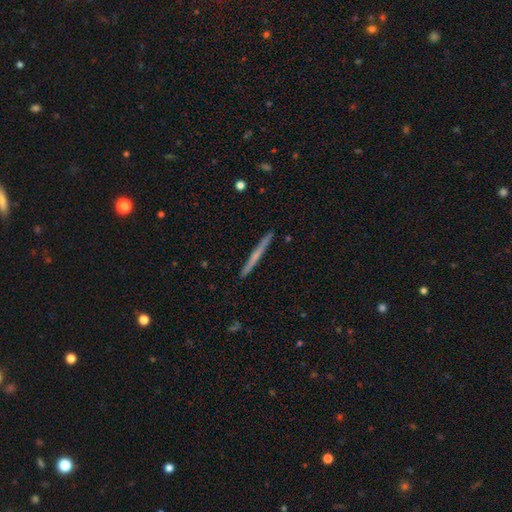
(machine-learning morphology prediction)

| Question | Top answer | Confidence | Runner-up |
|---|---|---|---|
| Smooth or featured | featured or disk | 52% | smooth (43%) |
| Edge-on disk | yes | 98% | no (2%) |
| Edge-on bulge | none | 77% | rounded (19%) |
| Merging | none | 92% | minor disturbance (5%) |